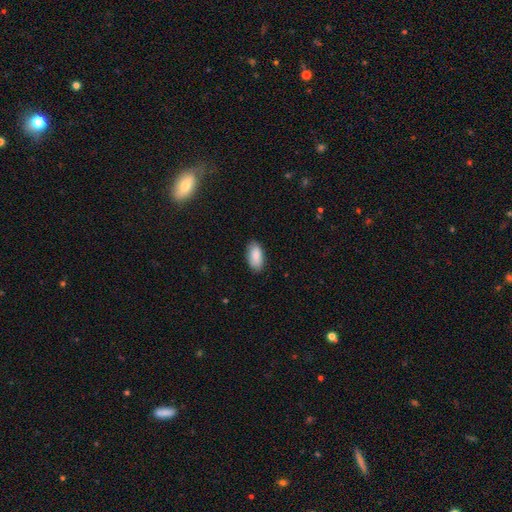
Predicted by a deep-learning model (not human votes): Overall: smooth (89%). How rounded: in between (93%). Merging: none (85%).